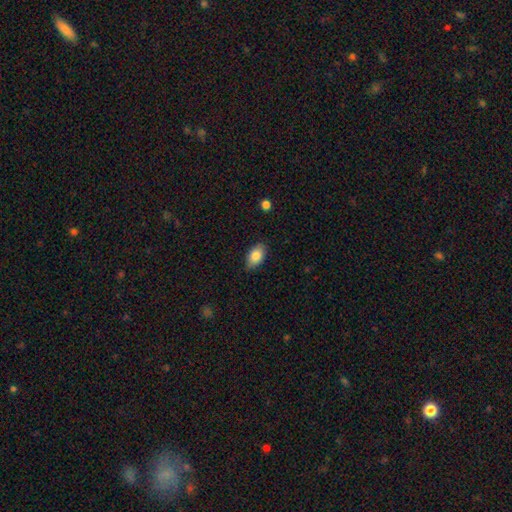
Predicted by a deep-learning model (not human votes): Morphology: type=smooth (84%); roundness=in between (90%); merging=none (83%).